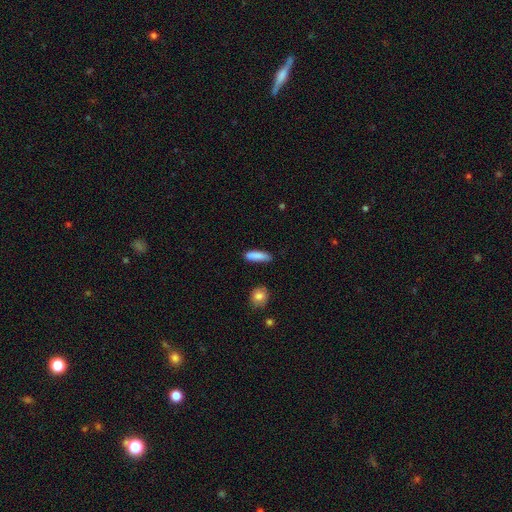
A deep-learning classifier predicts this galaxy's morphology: type=smooth (87%); roundness=cigar-shaped (65%); merging=none (78%).